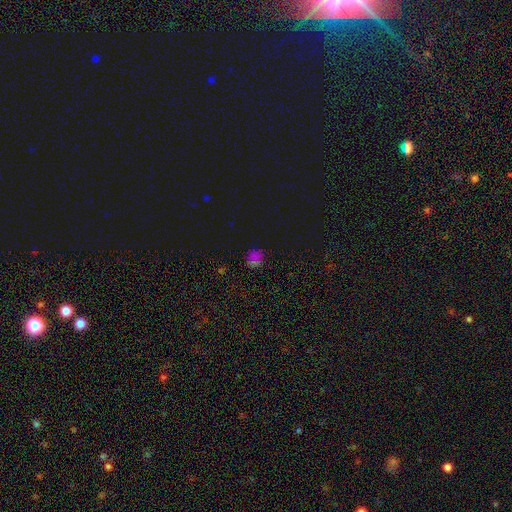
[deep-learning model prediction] This is possibly a smooth galaxy (47%). Merging: clearly none (82%).